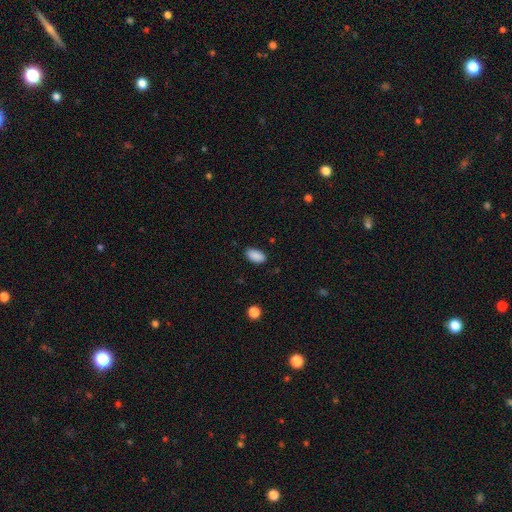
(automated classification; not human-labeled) Q: Smooth or featured?
A: smooth (89%); runner-up: star or artifact (8%)
Q: How rounded?
A: in between (93%); runner-up: round (3%)
Q: Merging?
A: none (86%); runner-up: minor disturbance (10%)